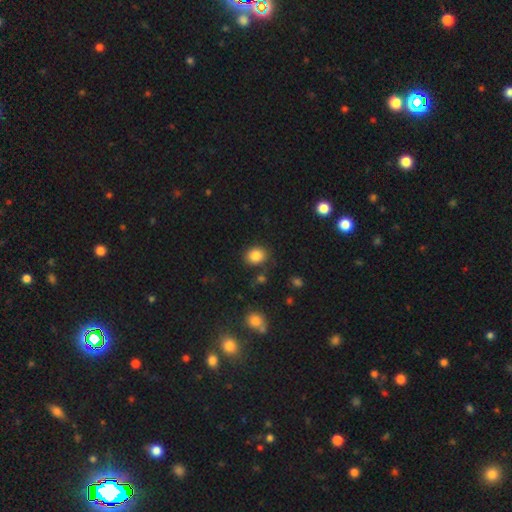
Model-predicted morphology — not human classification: smooth 85%, star or artifact 10%, featured or disk 6%. Down the decision tree: how rounded — round (62%); merging — none (84%).